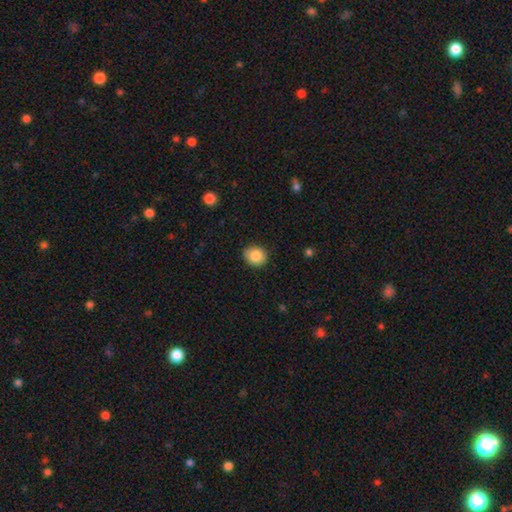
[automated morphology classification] A smooth galaxy with no disk features (86%) that is round (71%).

Vote fractions:
- Smooth or featured? smooth: 86% / star or artifact: 9% / featured or disk: 6%
- How rounded? round: 71% / in between: 28% / cigar-shaped: 1%
- Merging? none: 84% / minor disturbance: 13% / major disturbance: 2% / merger: 1%